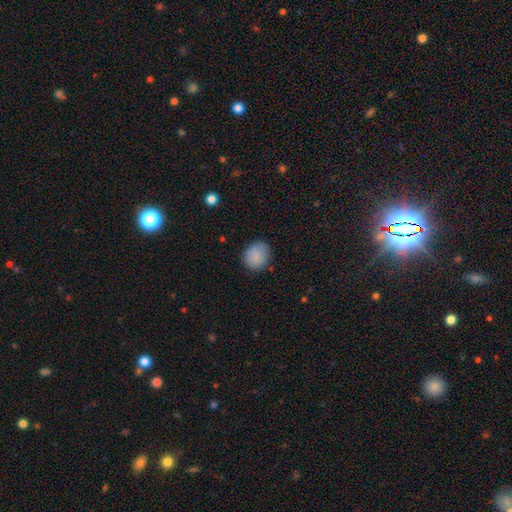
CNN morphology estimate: This appears to be a smooth galaxy with no disk features (88%) that is round (68%). Merging: none (82%).